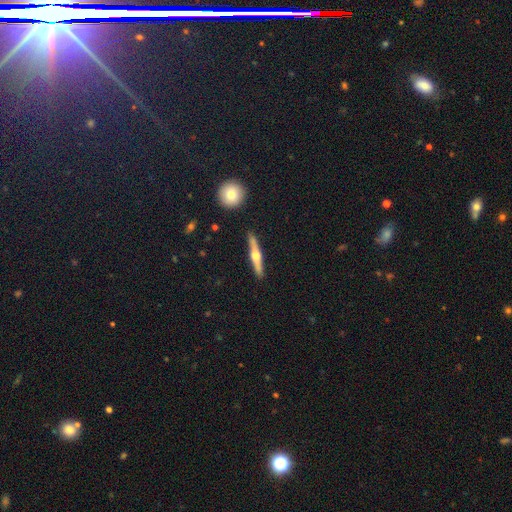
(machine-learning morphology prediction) A featured or disk galaxy (69%) viewed edge-on (97%) with a rounded central bulge (92%). Merging: none (89%).